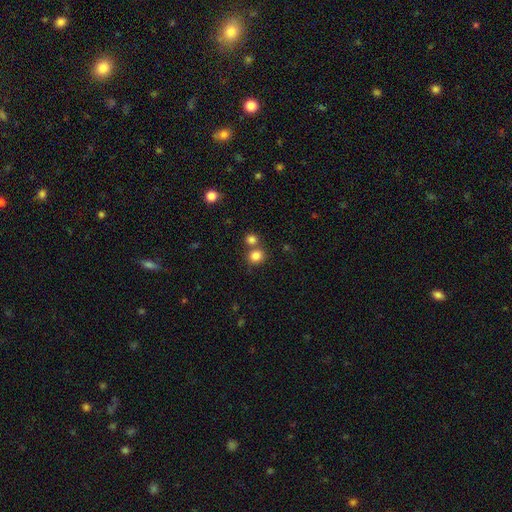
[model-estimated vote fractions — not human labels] Smooth or featured: smooth — 83% (star or artifact — 11%)
How rounded: round — 78% (in between — 21%)
Merging: none — 60% (merger — 29%)